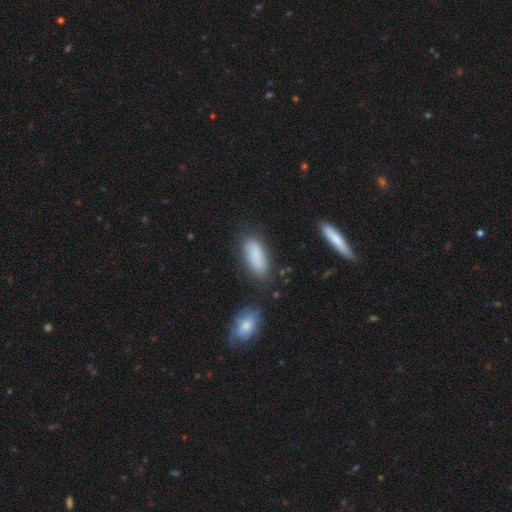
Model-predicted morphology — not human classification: Smooth or featured?
  - smooth: 81% *
  - featured or disk: 12%
  - star or artifact: 7%
How rounded?
  - in between: 78% *
  - cigar-shaped: 19%
  - round: 3%
Merging?
  - none: 68% *
  - minor disturbance: 20%
  - merger: 7%
  - major disturbance: 6%